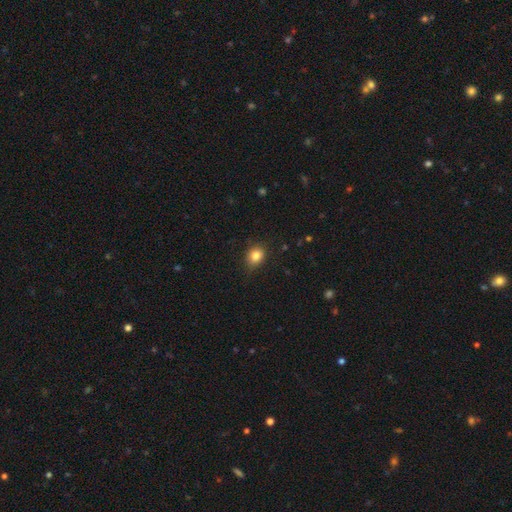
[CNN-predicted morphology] A smooth galaxy with no disk features (83%) that is round (56%). Merging: none (77%).